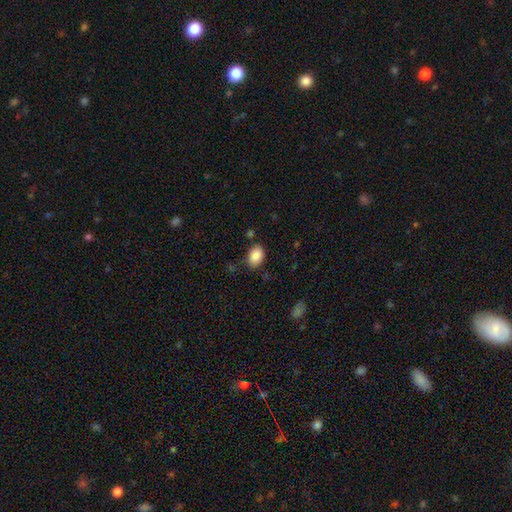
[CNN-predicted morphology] smooth 89%, star or artifact 7%, featured or disk 4%. Down the decision tree: how rounded — in between (85%); merging — none (79%).